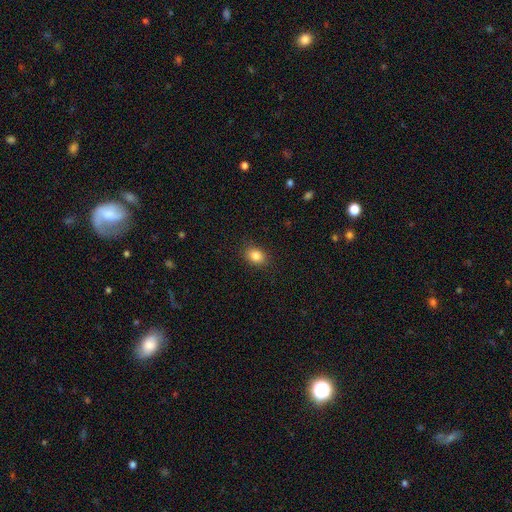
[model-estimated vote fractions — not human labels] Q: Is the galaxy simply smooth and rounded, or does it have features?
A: smooth — 85%.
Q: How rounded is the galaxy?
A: in between — 65%.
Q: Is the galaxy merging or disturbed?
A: none — 89%.